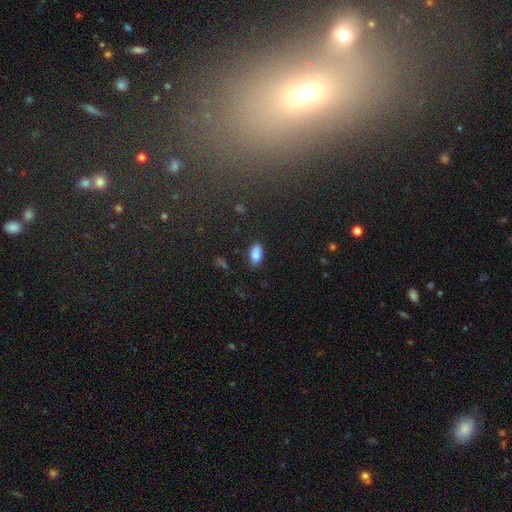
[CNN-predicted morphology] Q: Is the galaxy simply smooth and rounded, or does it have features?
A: smooth — 83%.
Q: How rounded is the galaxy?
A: in between — 92%.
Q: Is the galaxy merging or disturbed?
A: none — 83%.